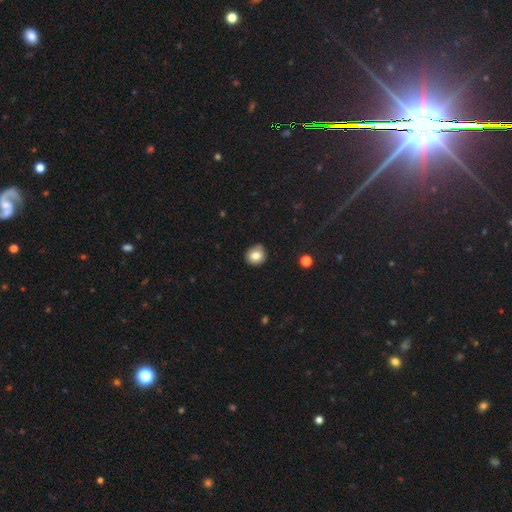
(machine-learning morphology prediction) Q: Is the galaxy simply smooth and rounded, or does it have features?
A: smooth — 81%.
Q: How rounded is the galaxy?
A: round — 85%.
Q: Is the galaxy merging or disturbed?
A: none — 82%.